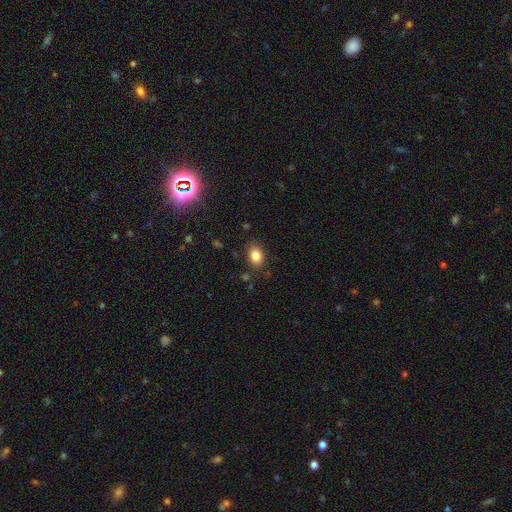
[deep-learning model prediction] Smooth or featured?
  - smooth: 84% *
  - star or artifact: 9%
  - featured or disk: 6%
How rounded?
  - in between: 78% *
  - round: 20%
  - cigar-shaped: 1%
Merging?
  - none: 83% *
  - minor disturbance: 12%
  - major disturbance: 3%
  - merger: 2%